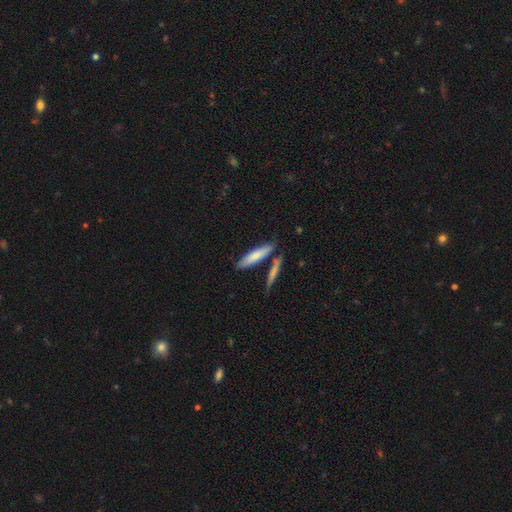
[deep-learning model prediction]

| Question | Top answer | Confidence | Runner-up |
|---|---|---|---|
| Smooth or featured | smooth | 73% | featured or disk (22%) |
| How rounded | cigar-shaped | 76% | in between (22%) |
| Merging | none | 71% | merger (14%) |